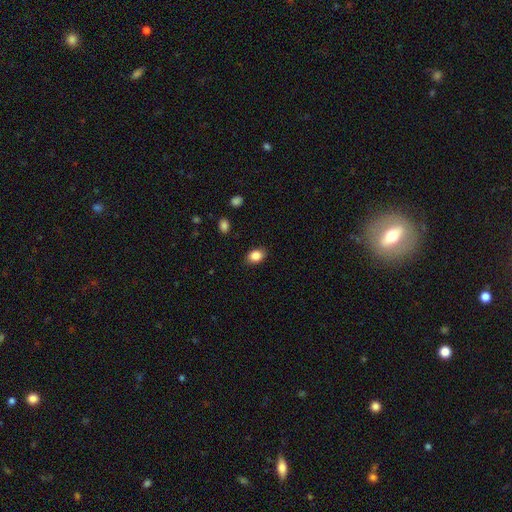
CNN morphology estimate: This appears to be a smooth galaxy with no disk features (87%) that is in between round and cigar-shaped (74%). Merging: none (86%).